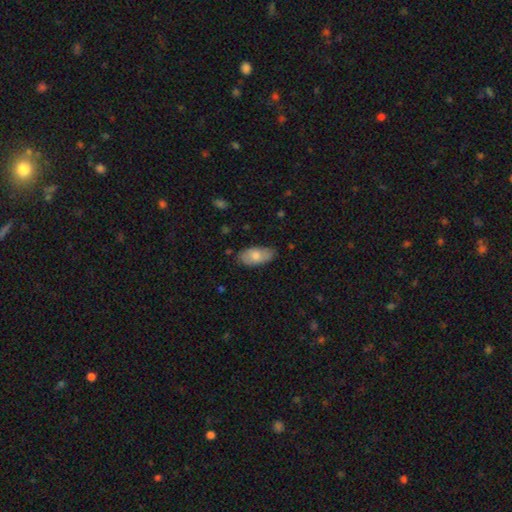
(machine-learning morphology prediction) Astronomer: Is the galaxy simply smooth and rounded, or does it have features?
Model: smooth — 72%.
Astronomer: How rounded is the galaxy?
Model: in between — 93%.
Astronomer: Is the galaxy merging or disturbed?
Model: none — 77%.